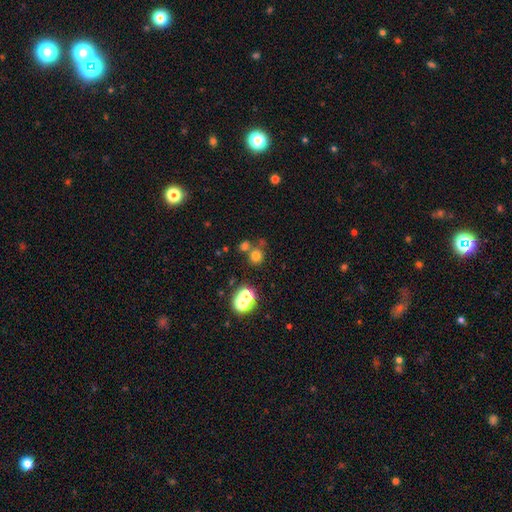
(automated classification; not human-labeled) Smooth or featured? Predicted: smooth (p=0.70). How rounded? Predicted: round (p=0.88). Merging? Predicted: none (p=0.64).